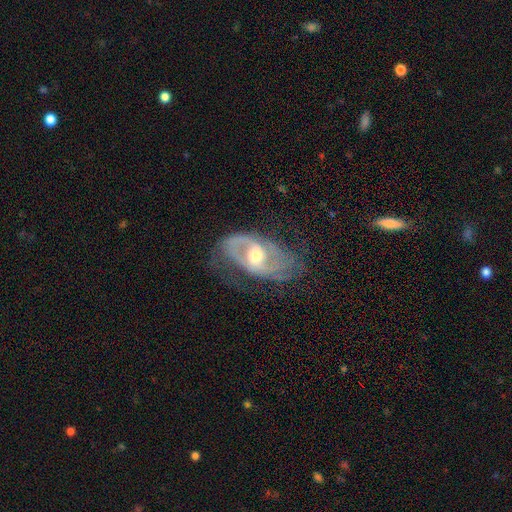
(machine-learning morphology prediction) This appears to be a featured or disk galaxy (82%) with a weak bar (47%), 2 (61%) medium (42%) spiral arms (88%) and a moderate central bulge (69%). Merging: none (58%).